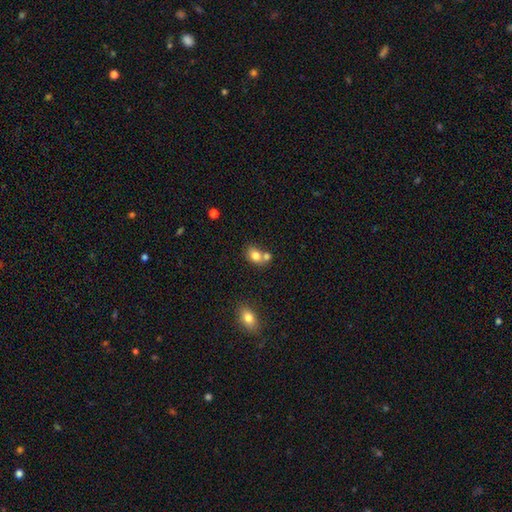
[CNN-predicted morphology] This appears to be a smooth galaxy with no disk features (79%) that is in between round and cigar-shaped (62%). Merging: merger (45%).